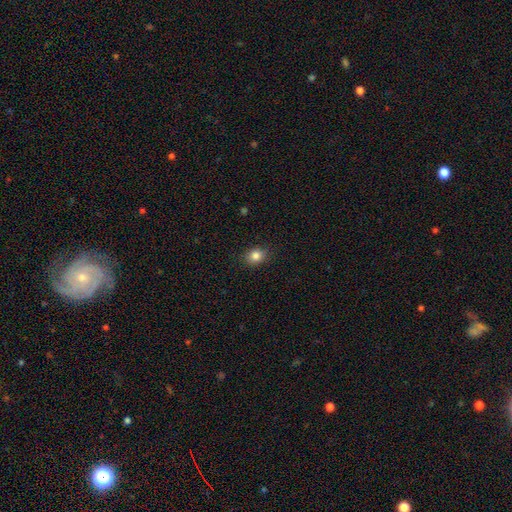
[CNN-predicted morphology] A smooth galaxy with no disk features (84%) that is round (56%).

Vote fractions:
- Smooth or featured? smooth: 84% / star or artifact: 11% / featured or disk: 5%
- How rounded? round: 56% / in between: 43% / cigar-shaped: 1%
- Merging? none: 88% / minor disturbance: 9% / major disturbance: 2% / merger: 1%